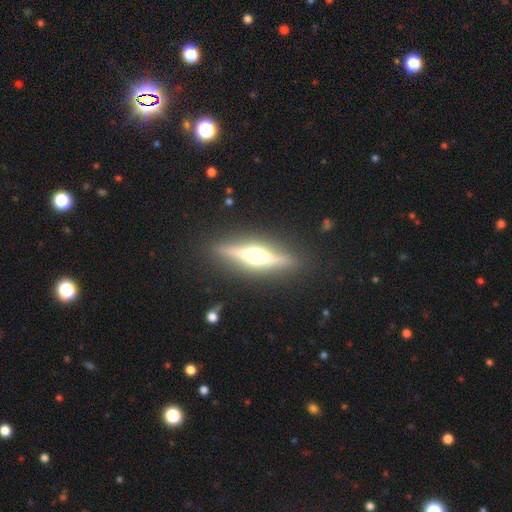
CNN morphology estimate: A featured or disk galaxy (80%) viewed edge-on (97%) with a rounded central bulge (94%). Merging: none (88%).